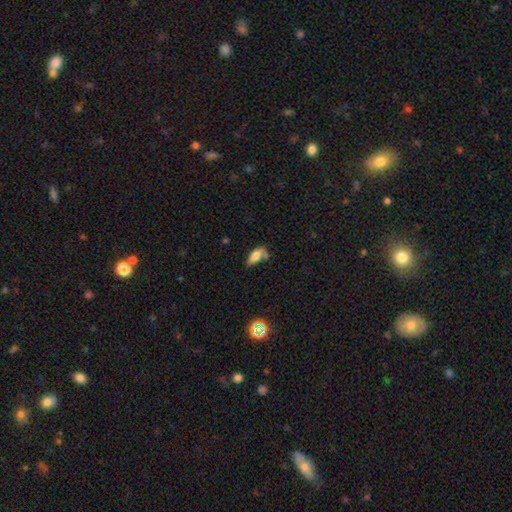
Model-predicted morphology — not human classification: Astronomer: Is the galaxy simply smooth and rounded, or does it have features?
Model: smooth — 69%.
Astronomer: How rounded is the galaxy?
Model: in between — 78%.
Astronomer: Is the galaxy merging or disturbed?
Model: none — 44% (runner-up: minor disturbance, 26%).